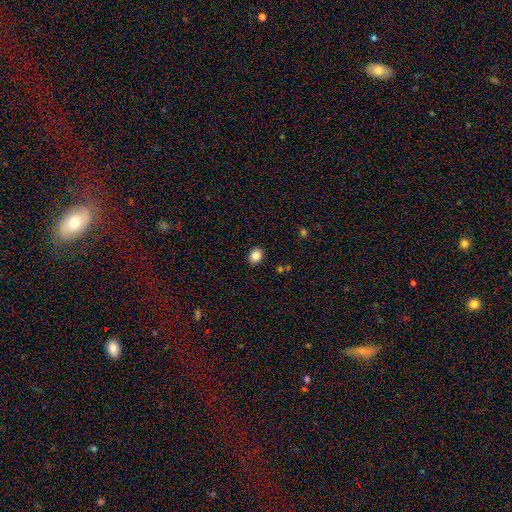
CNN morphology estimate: Smooth or featured? Predicted: smooth (p=0.85). How rounded? Predicted: in between (p=0.53). Merging? Predicted: none (p=0.89).